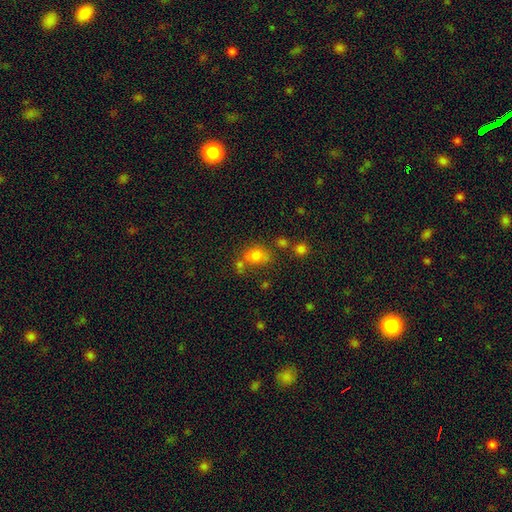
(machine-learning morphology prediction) smooth_or_featured: smooth (p=0.73) [alt: star or artifact p=0.15]
how_rounded: in between (p=0.64) [alt: round p=0.34]
merging: none (p=0.47) [alt: merger p=0.26]